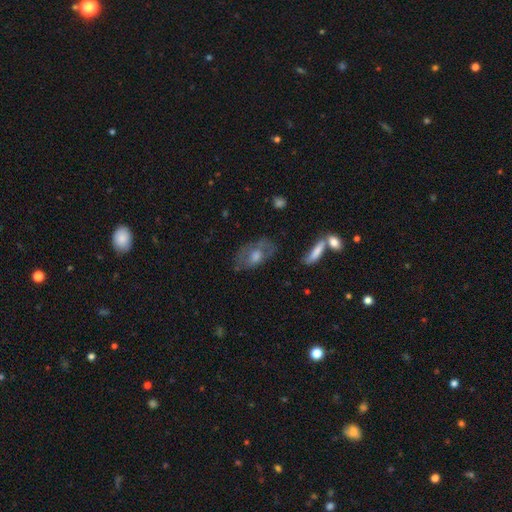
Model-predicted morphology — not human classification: A featured or disk galaxy (49%).

Vote fractions:
- Smooth or featured? featured or disk: 49% / smooth: 42% / star or artifact: 9%
- Merging? none: 60% / minor disturbance: 23% / major disturbance: 13% / merger: 4%